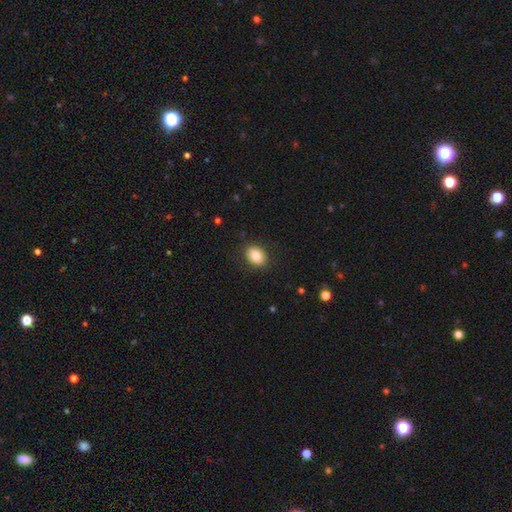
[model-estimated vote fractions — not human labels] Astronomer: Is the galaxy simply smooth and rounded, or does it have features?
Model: smooth — 84%.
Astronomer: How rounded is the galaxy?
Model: in between — 62% (runner-up: round, 37%).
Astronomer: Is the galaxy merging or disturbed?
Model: none — 87%.